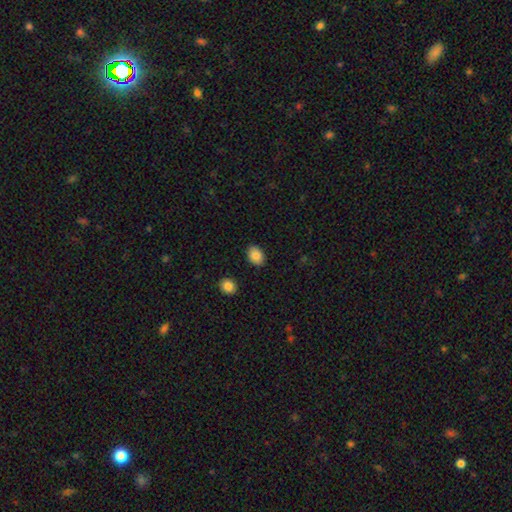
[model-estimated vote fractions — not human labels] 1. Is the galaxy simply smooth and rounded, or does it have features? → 85% smooth, 8% star or artifact, 7% featured or disk.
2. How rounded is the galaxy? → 79% in between, 20% round, 1% cigar-shaped.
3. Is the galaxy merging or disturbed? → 88% none, 8% minor disturbance, 2% major disturbance, 2% merger.